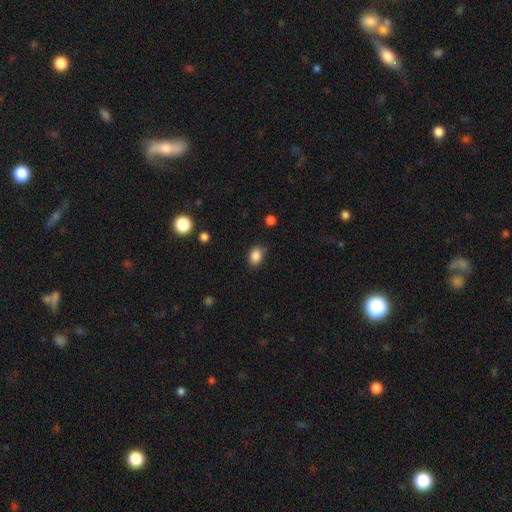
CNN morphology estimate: Smooth or featured?
  - smooth: 86% *
  - star or artifact: 10%
  - featured or disk: 4%
How rounded?
  - in between: 63% *
  - round: 36%
  - cigar-shaped: 1%
Merging?
  - none: 75% *
  - minor disturbance: 19%
  - major disturbance: 4%
  - merger: 2%